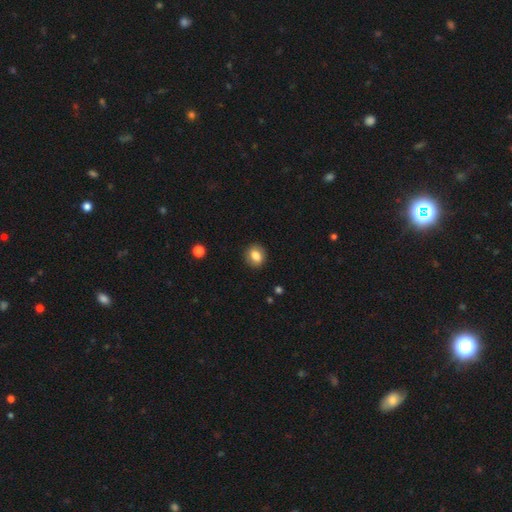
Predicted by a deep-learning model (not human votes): smooth_or_featured: smooth (p=0.82) [alt: featured or disk p=0.10]
how_rounded: round (p=0.62) [alt: in between p=0.37]
merging: none (p=0.88) [alt: minor disturbance p=0.08]